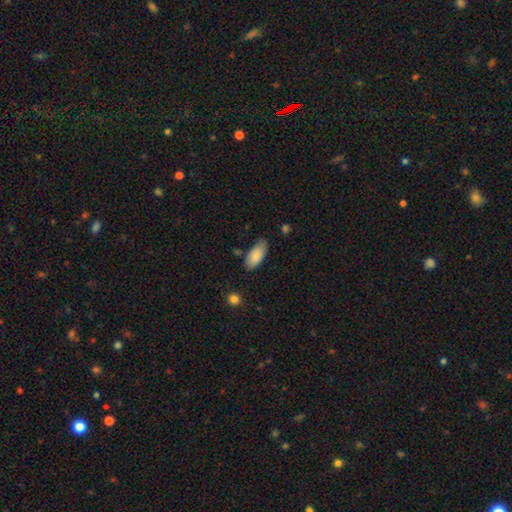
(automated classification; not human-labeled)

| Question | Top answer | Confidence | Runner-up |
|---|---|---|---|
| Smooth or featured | smooth | 87% | featured or disk (7%) |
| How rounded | in between | 88% | cigar-shaped (10%) |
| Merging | none | 77% | minor disturbance (17%) |